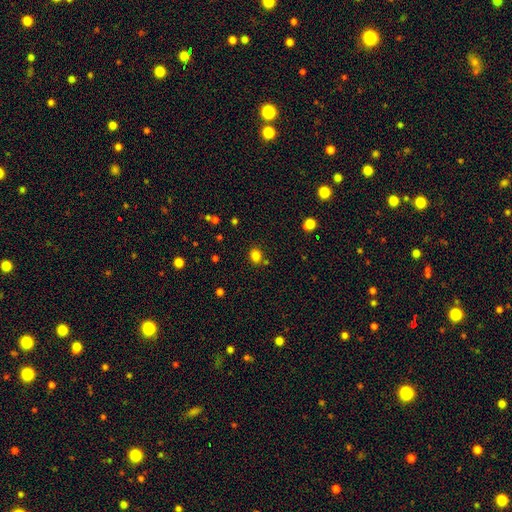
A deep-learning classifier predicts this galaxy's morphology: smooth-or-featured: smooth: 81% | star or artifact: 14% | featured or disk: 5%
  how-rounded: round: 56% | in between: 43% | cigar-shaped: 1%
  merging: none: 78% | minor disturbance: 11% | merger: 8% | major disturbance: 3%